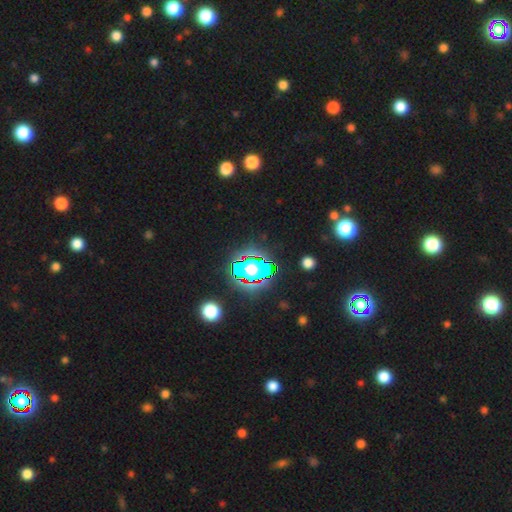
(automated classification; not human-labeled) This is clearly a star or artifact rather than a galaxy (81%).